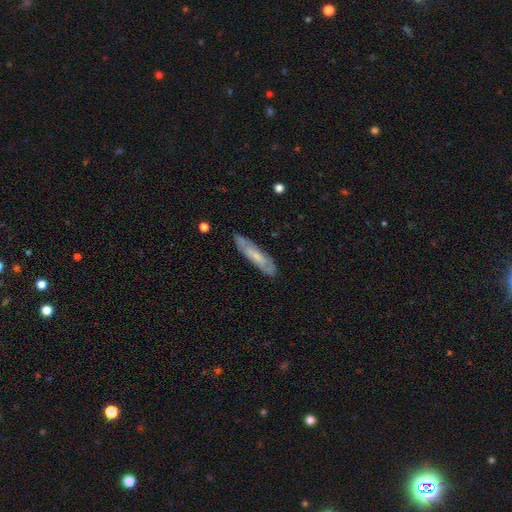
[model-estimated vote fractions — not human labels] A featured or disk galaxy (48%).

Vote fractions:
- Smooth or featured? featured or disk: 48% / smooth: 45% / star or artifact: 6%
- Merging? none: 82% / minor disturbance: 14% / major disturbance: 3% / merger: 1%